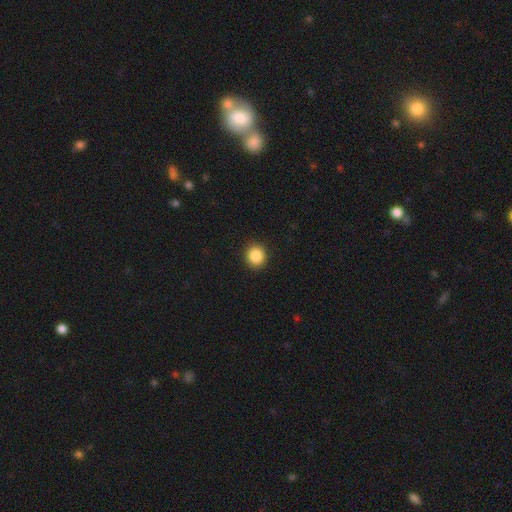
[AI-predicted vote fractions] Q: Smooth or featured?
A: smooth (87%); runner-up: star or artifact (9%)
Q: How rounded?
A: round (89%); runner-up: in between (10%)
Q: Merging?
A: none (91%); runner-up: minor disturbance (6%)